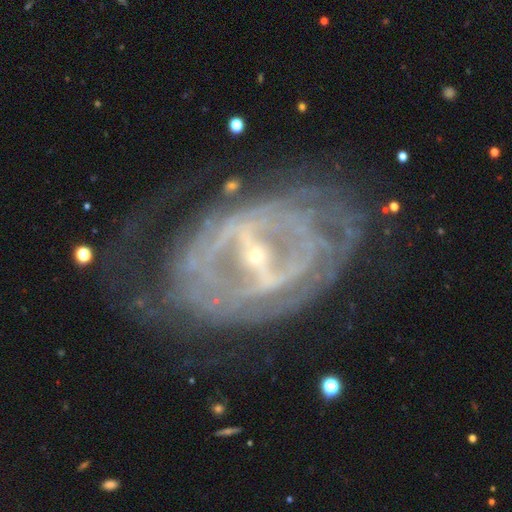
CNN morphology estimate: Smooth or featured: featured or disk — 87% (smooth — 7%)
Edge-on disk: no — 94% (yes — 6%)
Bar: strong — 66% (weak — 25%)
Spiral arms: yes — 78% (no — 22%)
Spiral winding: tight — 63% (medium — 26%)
Spiral arm count: can't tell — 47% (2 — 26%)
Bulge size: small — 77% (moderate — 18%)
Merging: none — 62% (minor disturbance — 19%)